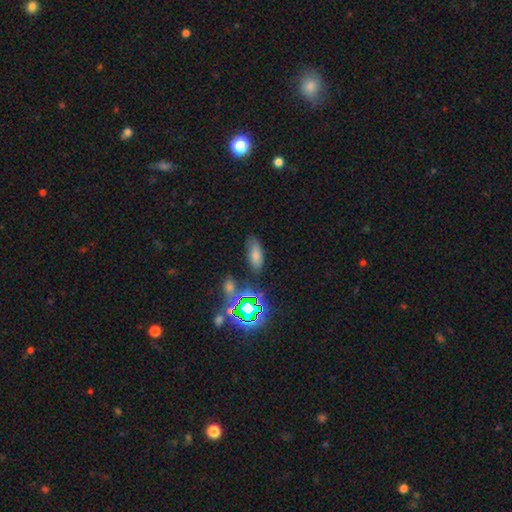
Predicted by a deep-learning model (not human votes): Q: Smooth or featured?
A: smooth (65%); runner-up: star or artifact (23%)
Q: How rounded?
A: in between (84%); runner-up: cigar-shaped (11%)
Q: Merging?
A: none (72%); runner-up: minor disturbance (18%)